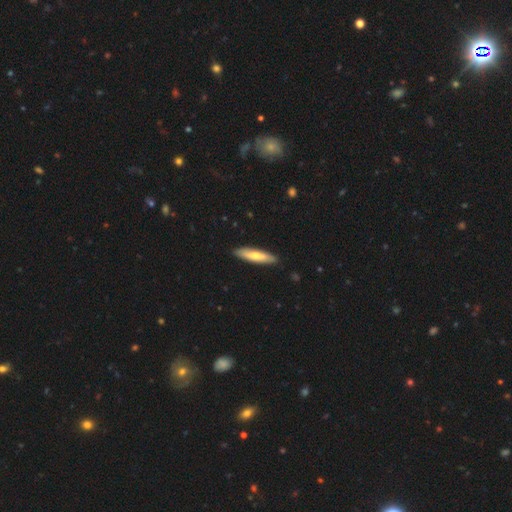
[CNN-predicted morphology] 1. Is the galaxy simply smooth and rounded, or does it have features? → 67% smooth, 28% featured or disk, 5% star or artifact.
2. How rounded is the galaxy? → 79% cigar-shaped, 20% in between, 1% round.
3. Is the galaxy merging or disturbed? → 89% none, 8% minor disturbance, 1% major disturbance, 1% merger.